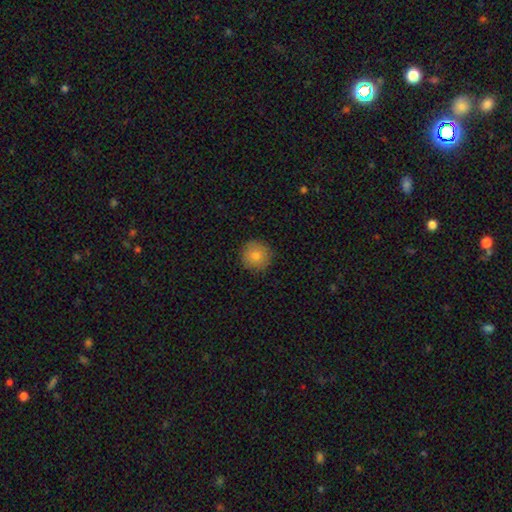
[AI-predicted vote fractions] This appears to be a smooth galaxy with no disk features (83%) that is round (95%). Merging: none (89%).